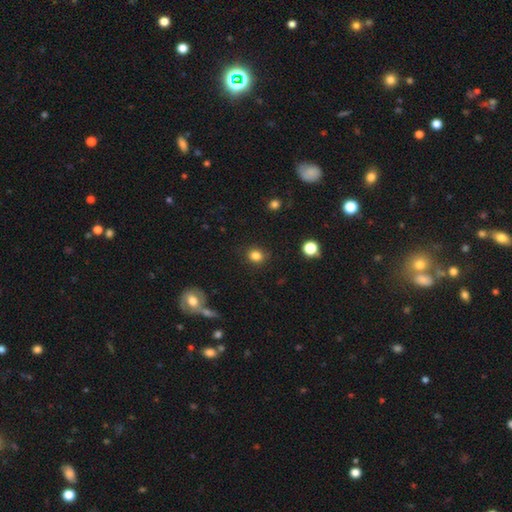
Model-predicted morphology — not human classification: Q: Smooth or featured?
A: smooth (83%); runner-up: star or artifact (12%)
Q: How rounded?
A: round (70%); runner-up: in between (29%)
Q: Merging?
A: none (86%); runner-up: minor disturbance (9%)